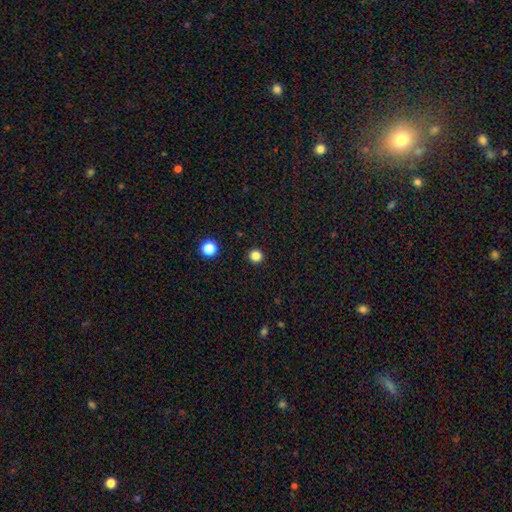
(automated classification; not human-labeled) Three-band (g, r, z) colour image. It shows a smooth galaxy with no disk features (83%) that is round (94%). Merging: none (93%).